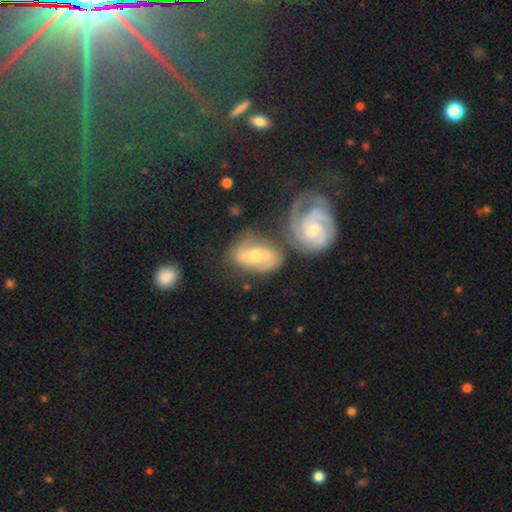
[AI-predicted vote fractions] Smooth or featured? featured or disk (73%)
Edge-on disk? no (95%)
Bar? weak (41%)
Spiral arms? yes (91%)
Spiral winding? medium (42%)
Spiral arm count? 2 (68%)
Bulge size? moderate (60%)
Merging? none (46%)